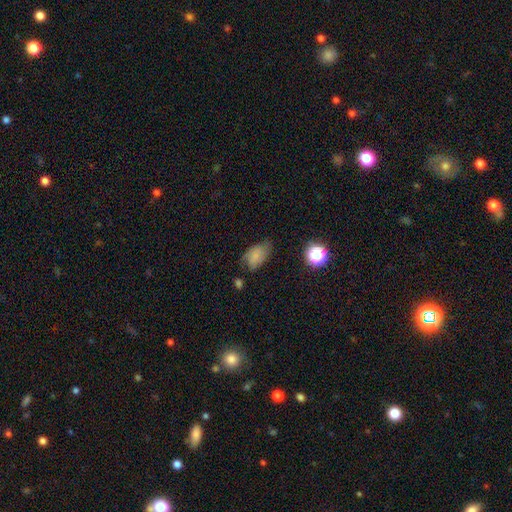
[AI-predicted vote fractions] This is likely a smooth galaxy (70%). How rounded: clearly in between (89%). Merging: possibly none (56%).